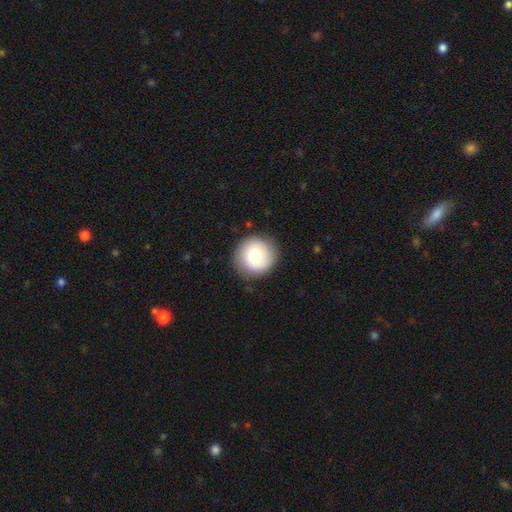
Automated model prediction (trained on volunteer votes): Overall: smooth (81%). How rounded: round (93%). Merging: none (86%).